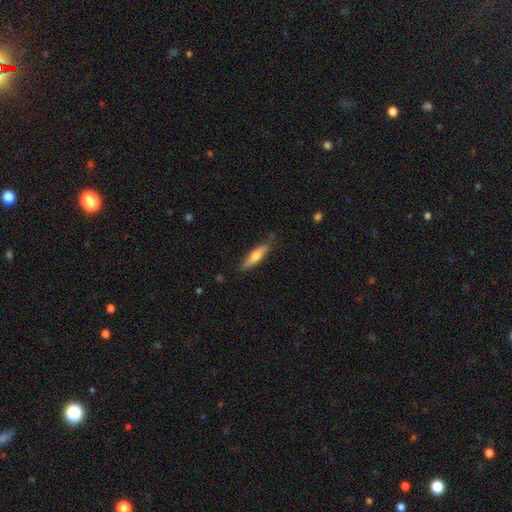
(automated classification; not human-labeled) Morphology: type=smooth (62%); roundness=cigar-shaped (73%); merging=none (79%).